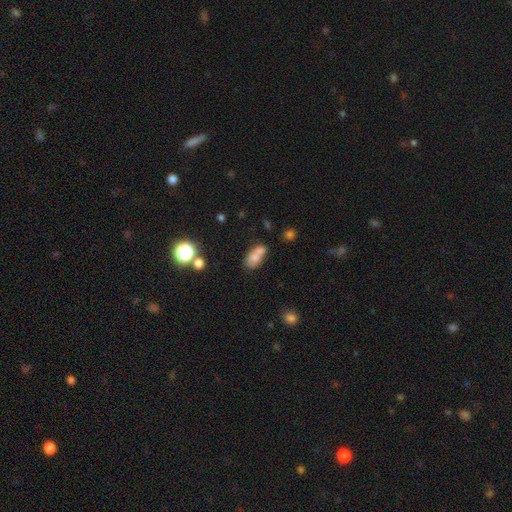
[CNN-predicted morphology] A smooth galaxy with no disk features (69%) that is in between round and cigar-shaped (76%). Merging: merger (53%).